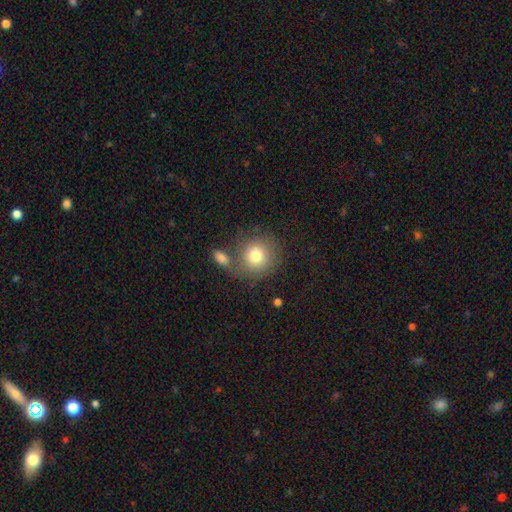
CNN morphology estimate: Smooth or featured? Predicted: smooth (p=0.78). How rounded? Predicted: round (p=0.89). Merging? Predicted: none (p=0.64).